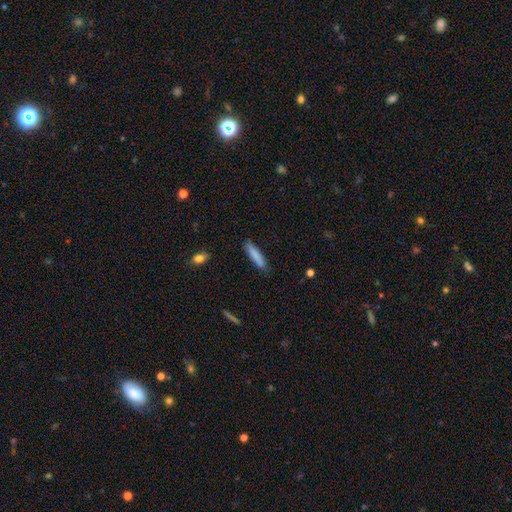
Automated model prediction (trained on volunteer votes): Smooth or featured? Predicted: smooth (p=0.83). How rounded? Predicted: cigar-shaped (p=0.83). Merging? Predicted: none (p=0.85).